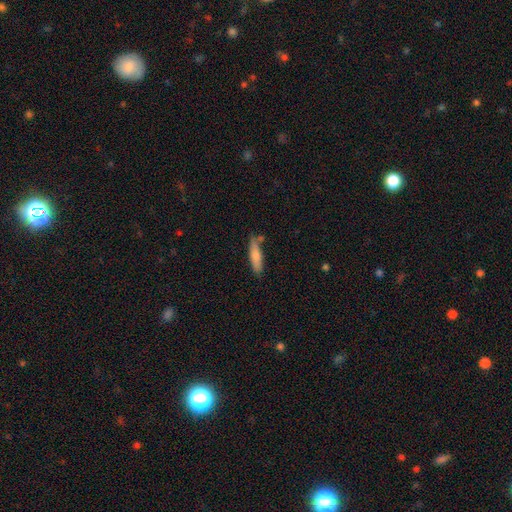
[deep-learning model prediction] smooth 75%, featured or disk 19%, star or artifact 6%. Down the decision tree: how rounded — cigar-shaped (72%); merging — none (68%).